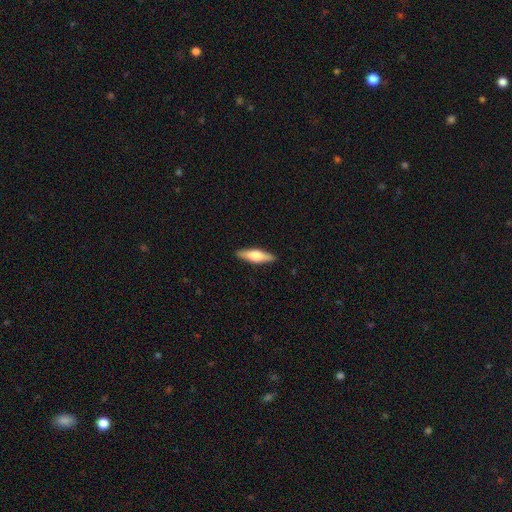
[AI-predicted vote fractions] This is possibly a smooth galaxy (50%). How rounded: likely cigar-shaped (62%). Merging: clearly none (90%).